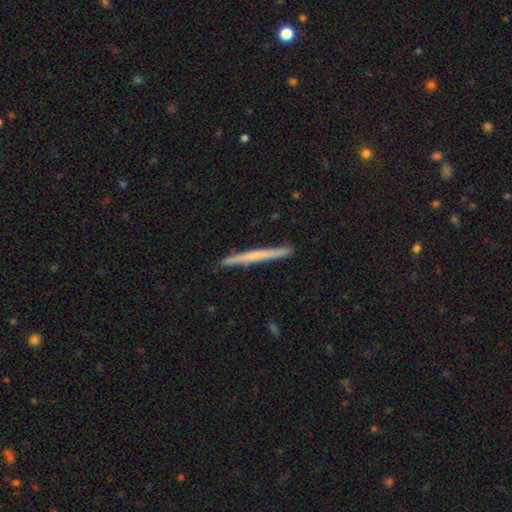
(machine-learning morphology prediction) type=featured or disk (49%); merging=none (91%).